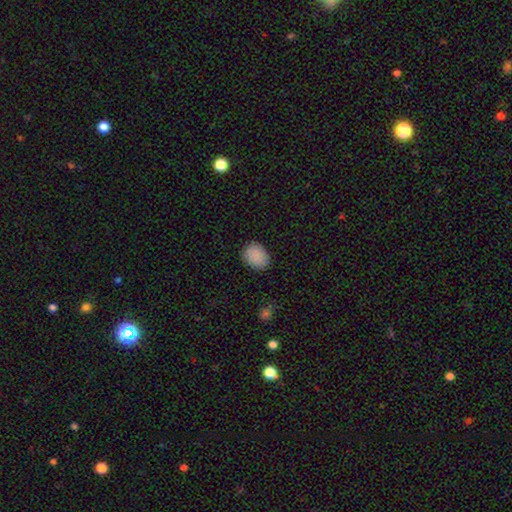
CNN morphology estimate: A smooth galaxy with no disk features (88%) that is in between round and cigar-shaped (54%). Merging: none (87%).